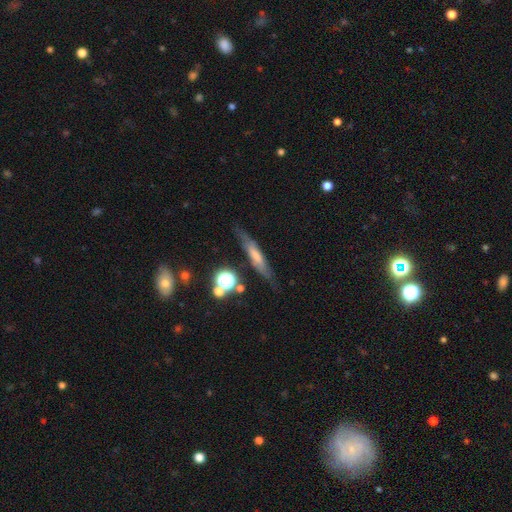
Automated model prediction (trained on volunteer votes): A featured or disk galaxy (52%) viewed edge-on (79%). Merging: none (77%).